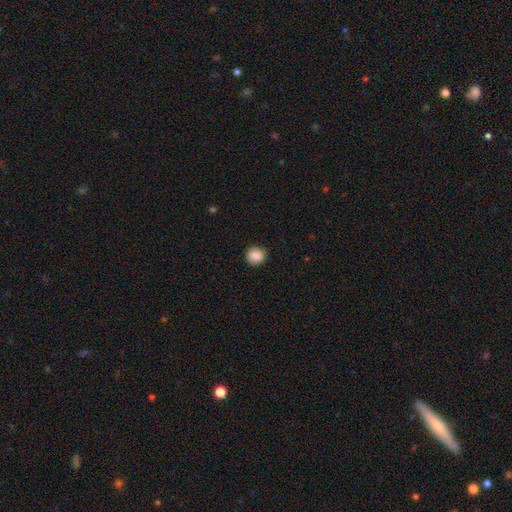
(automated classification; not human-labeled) A smooth galaxy with no disk features (88%) that is round (90%).

Vote fractions:
- Smooth or featured? smooth: 88% / star or artifact: 9% / featured or disk: 4%
- How rounded? round: 90% / in between: 9% / cigar-shaped: 1%
- Merging? none: 90% / minor disturbance: 7% / major disturbance: 2% / merger: 1%